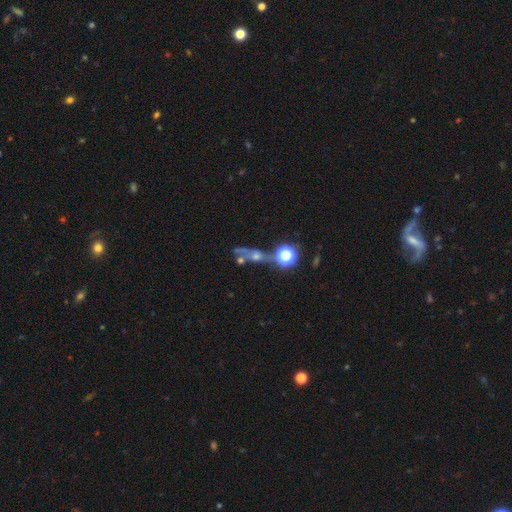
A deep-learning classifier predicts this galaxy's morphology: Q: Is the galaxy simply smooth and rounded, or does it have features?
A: featured or disk — 37%.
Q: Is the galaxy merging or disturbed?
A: none — 43%.